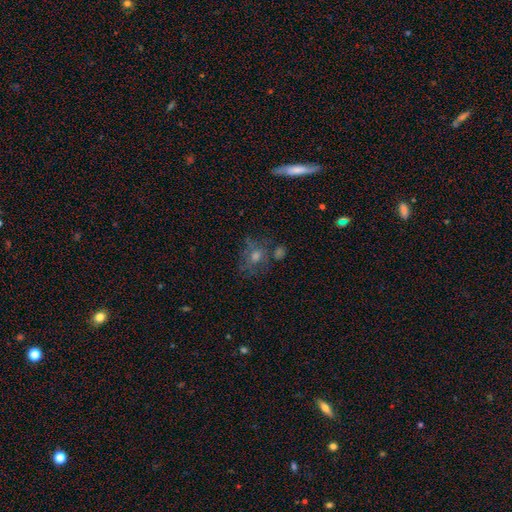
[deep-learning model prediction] This appears to be a featured or disk galaxy (42%). Merging: none (61%).